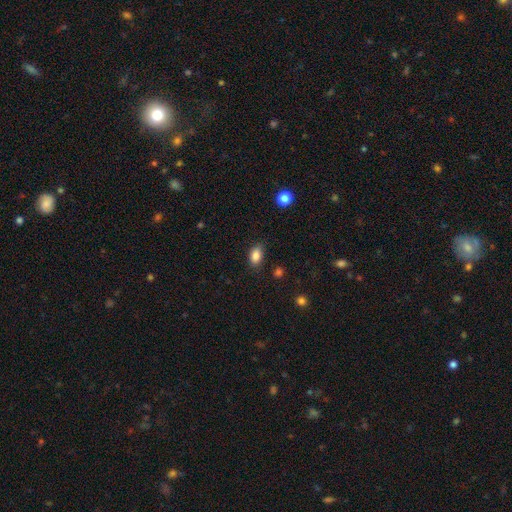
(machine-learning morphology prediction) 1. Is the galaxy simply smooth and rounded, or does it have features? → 86% smooth, 9% star or artifact, 5% featured or disk.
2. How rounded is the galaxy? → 86% in between, 12% round, 2% cigar-shaped.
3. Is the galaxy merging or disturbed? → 79% none, 16% minor disturbance, 3% major disturbance, 2% merger.